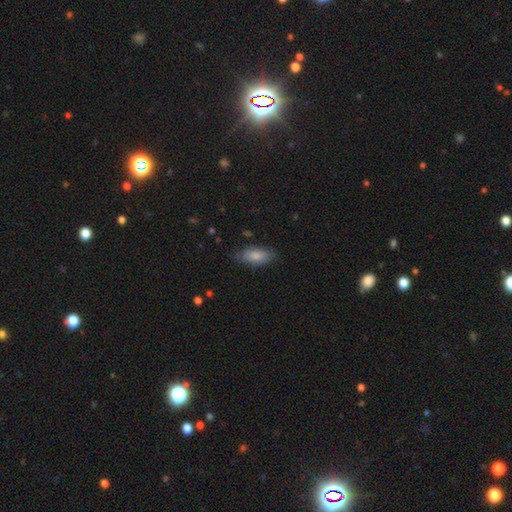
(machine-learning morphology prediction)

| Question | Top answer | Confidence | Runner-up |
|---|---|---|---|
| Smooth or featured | smooth | 84% | featured or disk (10%) |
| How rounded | in between | 86% | cigar-shaped (11%) |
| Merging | none | 76% | minor disturbance (19%) |